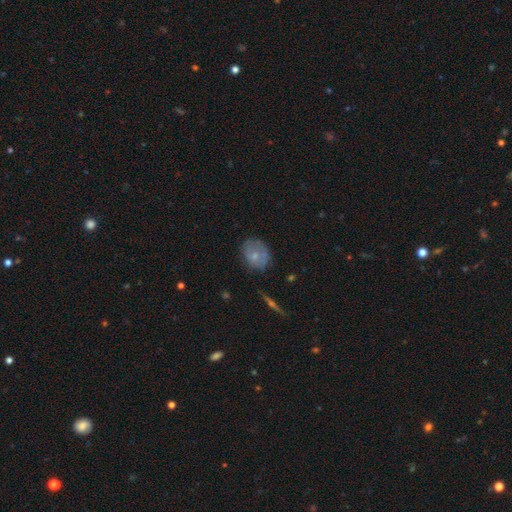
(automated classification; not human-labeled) Smooth or featured? Predicted: smooth (p=0.57). How rounded? Predicted: round (p=0.50). Merging? Predicted: none (p=0.65).